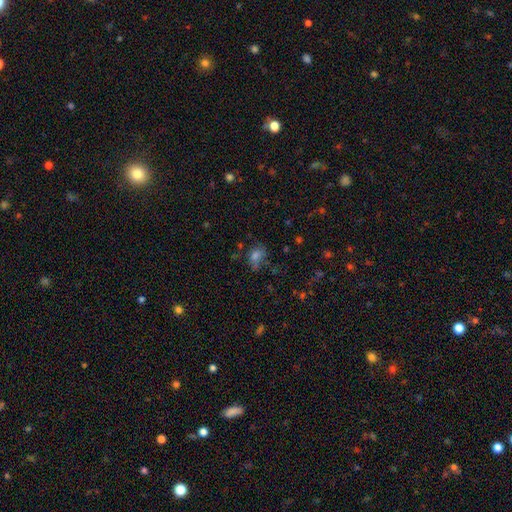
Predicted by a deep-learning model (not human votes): Smooth or featured: smooth — 62% (star or artifact — 22%)
How rounded: in between — 62% (round — 36%)
Merging: none — 55% (minor disturbance — 24%)